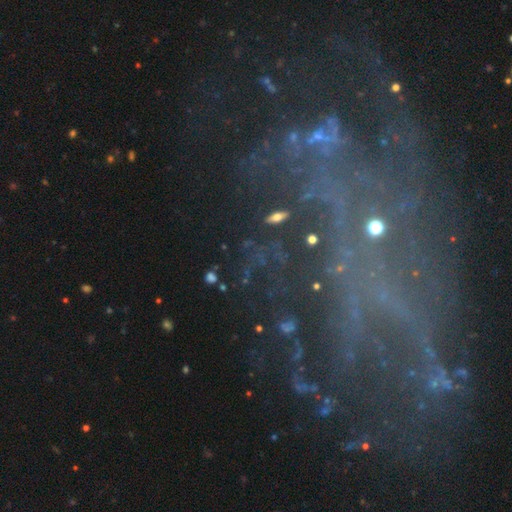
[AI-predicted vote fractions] Morphology: type=featured or disk (47%); merging=none (64%).